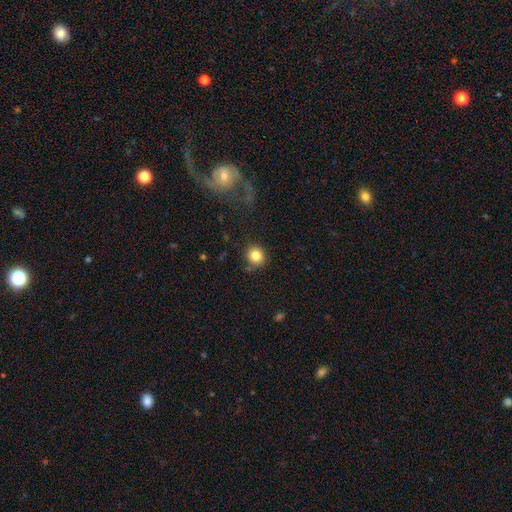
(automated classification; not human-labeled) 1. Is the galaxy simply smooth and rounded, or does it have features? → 83% smooth, 11% star or artifact, 6% featured or disk.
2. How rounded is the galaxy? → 89% round, 10% in between, 1% cigar-shaped.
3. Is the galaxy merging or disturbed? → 80% none, 12% minor disturbance, 4% major disturbance, 3% merger.